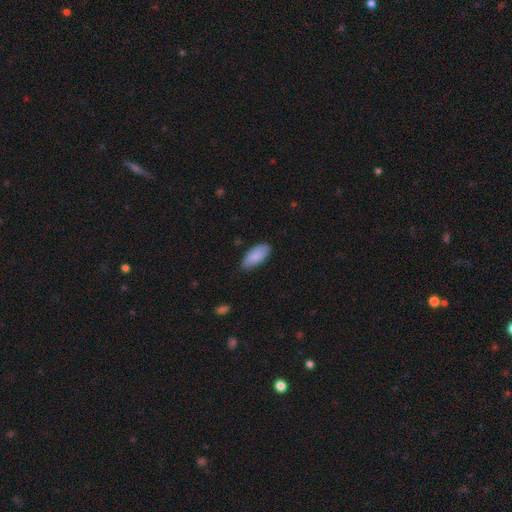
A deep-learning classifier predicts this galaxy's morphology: A smooth galaxy with no disk features (82%) that is in between round and cigar-shaped (89%).

Vote fractions:
- Smooth or featured? smooth: 82% / featured or disk: 12% / star or artifact: 6%
- How rounded? in between: 89% / cigar-shaped: 9% / round: 2%
- Merging? none: 79% / minor disturbance: 17% / major disturbance: 3% / merger: 1%